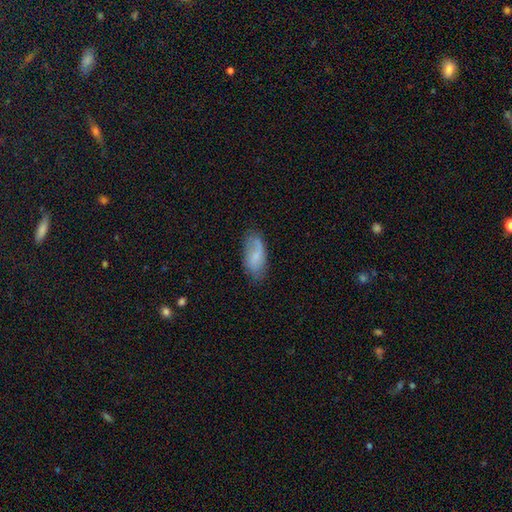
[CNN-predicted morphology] type=smooth (64%); roundness=in between (89%); merging=none (64%).